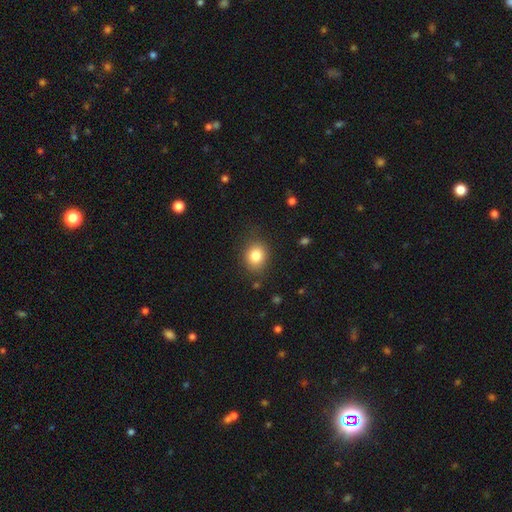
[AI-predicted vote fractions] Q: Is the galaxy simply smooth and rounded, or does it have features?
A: smooth — 83%.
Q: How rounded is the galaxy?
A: round — 58%.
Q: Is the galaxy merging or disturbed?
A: none — 81%.